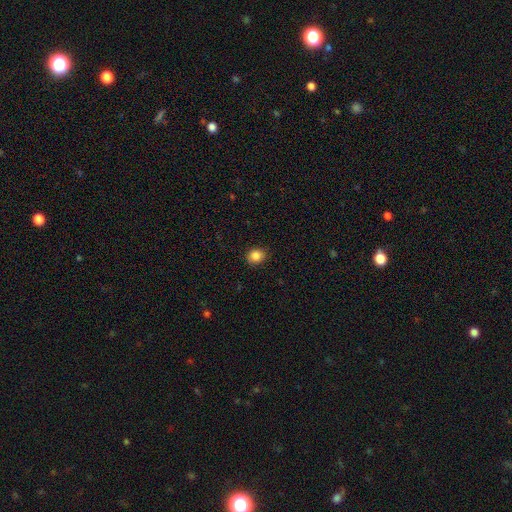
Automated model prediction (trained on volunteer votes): Smooth or featured?
  - smooth: 85% *
  - star or artifact: 10%
  - featured or disk: 4%
How rounded?
  - round: 71% *
  - in between: 28%
  - cigar-shaped: 1%
Merging?
  - none: 90% *
  - minor disturbance: 7%
  - major disturbance: 2%
  - merger: 1%